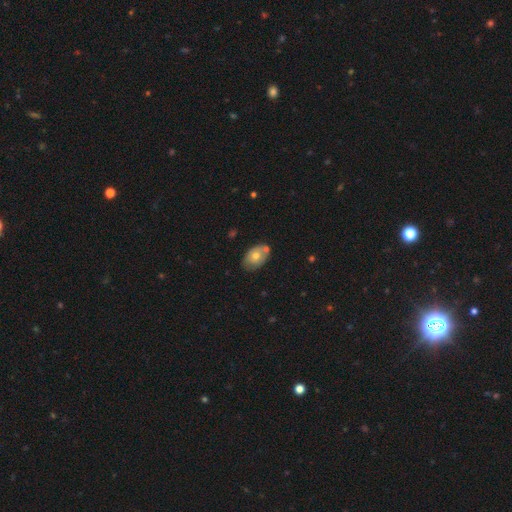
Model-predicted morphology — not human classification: A smooth galaxy with no disk features (62%) that is in between round and cigar-shaped (86%).

Vote fractions:
- Smooth or featured? smooth: 62% / featured or disk: 30% / star or artifact: 7%
- How rounded? in between: 86% / round: 13% / cigar-shaped: 1%
- Merging? none: 63% / minor disturbance: 21% / merger: 12% / major disturbance: 4%